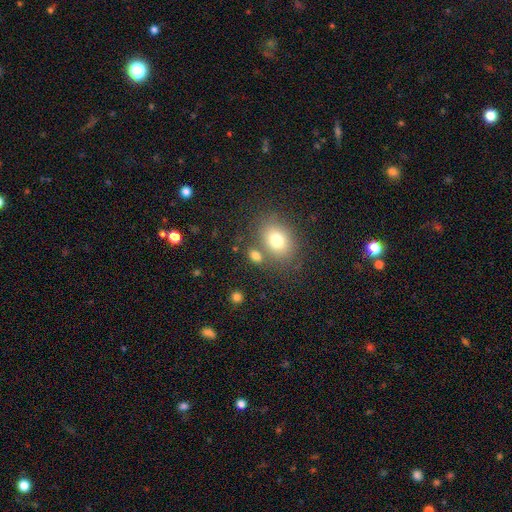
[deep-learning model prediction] smooth 76%, star or artifact 12%, featured or disk 11%. Down the decision tree: how rounded — in between (69%); merging — none (63%).